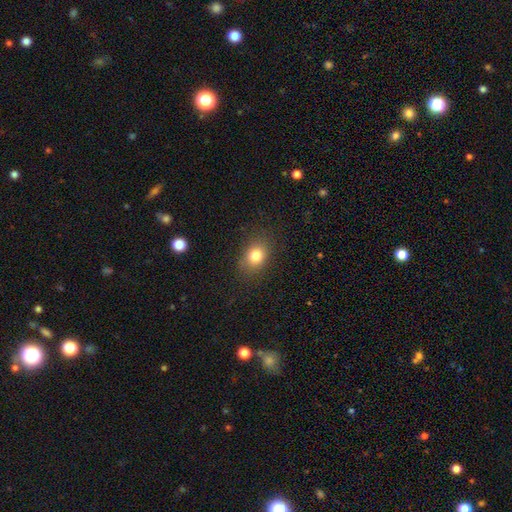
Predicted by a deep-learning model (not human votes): Smooth or featured?
  - smooth: 81% *
  - star or artifact: 11%
  - featured or disk: 8%
How rounded?
  - in between: 58% *
  - round: 40%
  - cigar-shaped: 1%
Merging?
  - none: 83% *
  - minor disturbance: 11%
  - major disturbance: 4%
  - merger: 1%